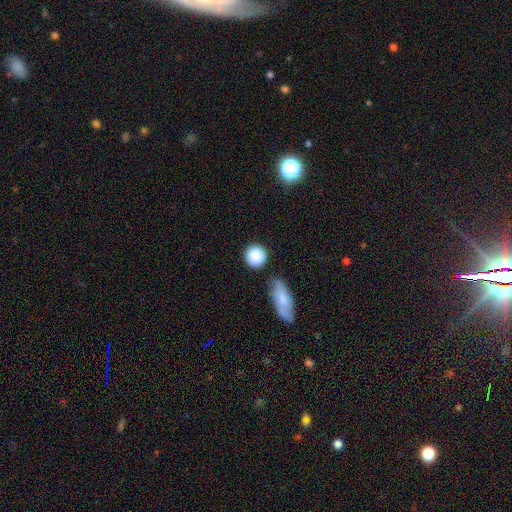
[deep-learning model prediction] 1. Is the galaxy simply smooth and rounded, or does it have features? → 87% smooth, 7% star or artifact, 6% featured or disk.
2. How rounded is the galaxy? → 90% round, 8% in between, 2% cigar-shaped.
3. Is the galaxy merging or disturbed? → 78% none, 11% minor disturbance, 8% merger, 3% major disturbance.